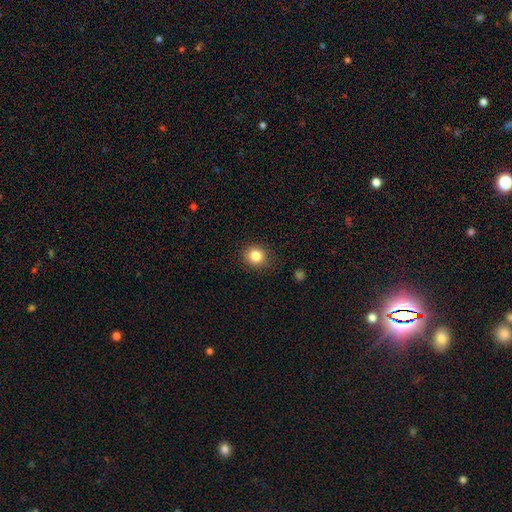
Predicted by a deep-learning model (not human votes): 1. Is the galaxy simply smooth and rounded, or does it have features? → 84% smooth, 11% star or artifact, 5% featured or disk.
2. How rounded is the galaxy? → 86% round, 13% in between, 1% cigar-shaped.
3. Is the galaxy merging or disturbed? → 89% none, 8% minor disturbance, 2% major disturbance, 1% merger.